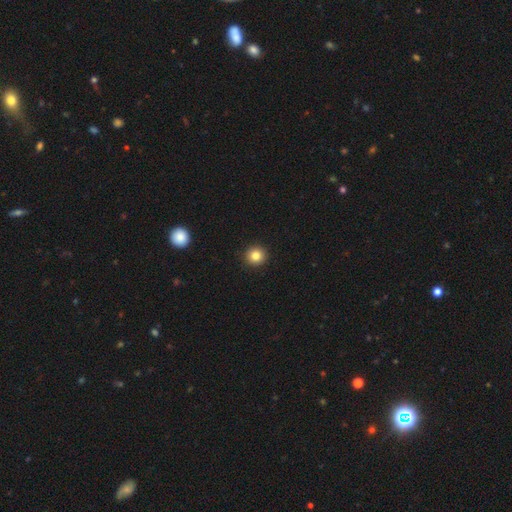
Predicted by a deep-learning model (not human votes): A smooth galaxy with no disk features (84%) that is round (93%). Merging: none (93%).